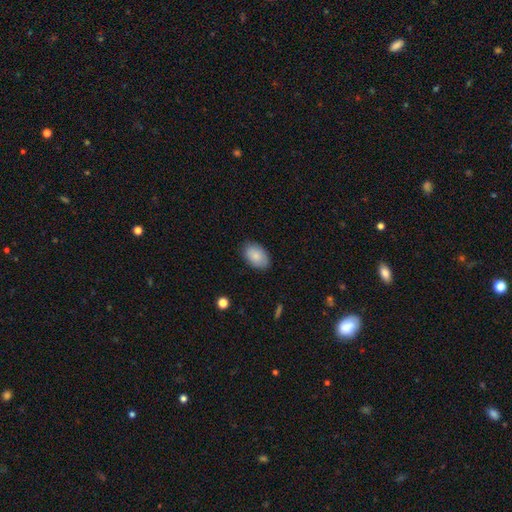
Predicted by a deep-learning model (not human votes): This is clearly a smooth galaxy (85%). How rounded: clearly in between (90%). Merging: clearly none (85%).